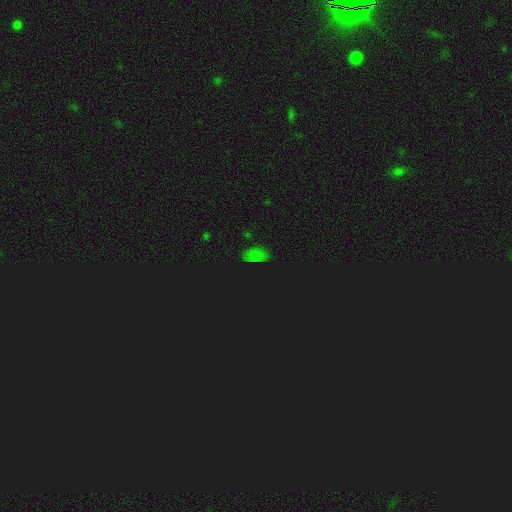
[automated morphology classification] type=star or artifact (48%).